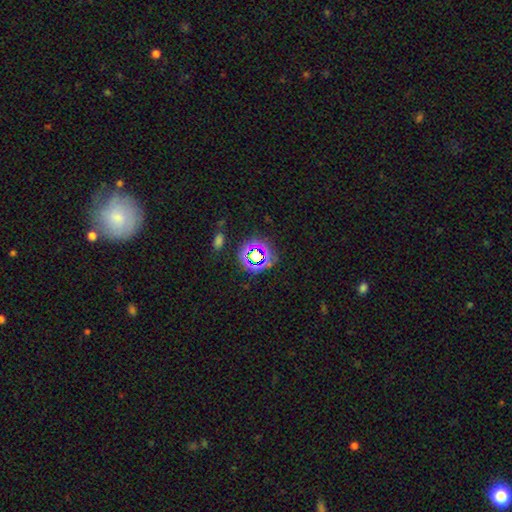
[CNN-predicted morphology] A star or artifact, not a galaxy (64%).

Vote fractions:
- Smooth or featured? star or artifact: 64% / smooth: 25% / featured or disk: 11%